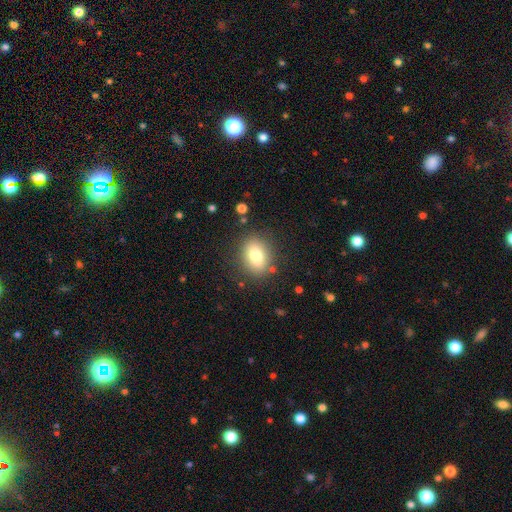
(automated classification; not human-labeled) Smooth or featured?
  - smooth: 77% *
  - featured or disk: 13%
  - star or artifact: 10%
How rounded?
  - in between: 63% *
  - round: 35%
  - cigar-shaped: 2%
Merging?
  - none: 83% *
  - minor disturbance: 11%
  - major disturbance: 4%
  - merger: 2%